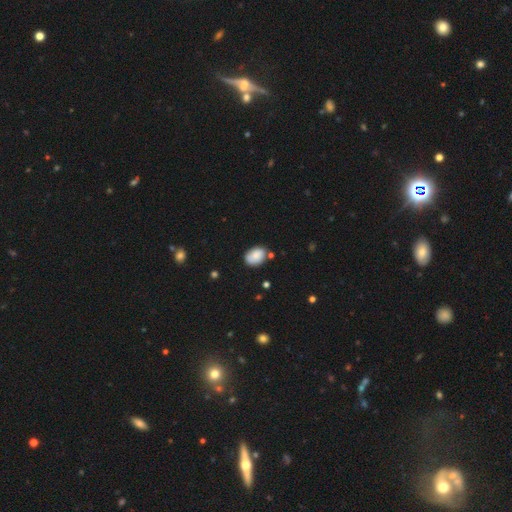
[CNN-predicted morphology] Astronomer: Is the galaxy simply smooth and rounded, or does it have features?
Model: smooth — 83%.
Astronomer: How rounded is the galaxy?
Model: in between — 78%.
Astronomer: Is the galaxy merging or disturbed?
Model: none — 69%.